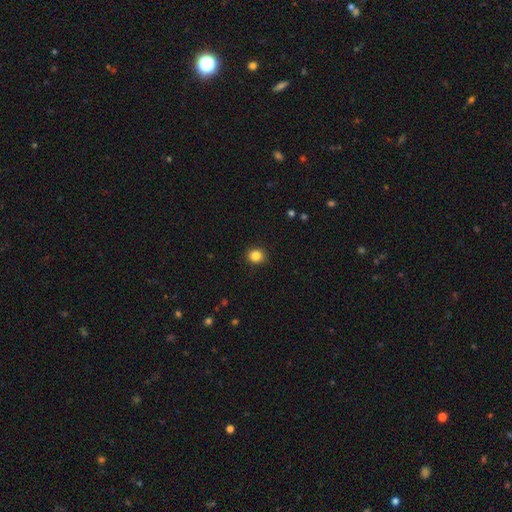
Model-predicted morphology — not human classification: This appears to be a smooth galaxy with no disk features (85%) that is round (81%). Merging: none (91%).